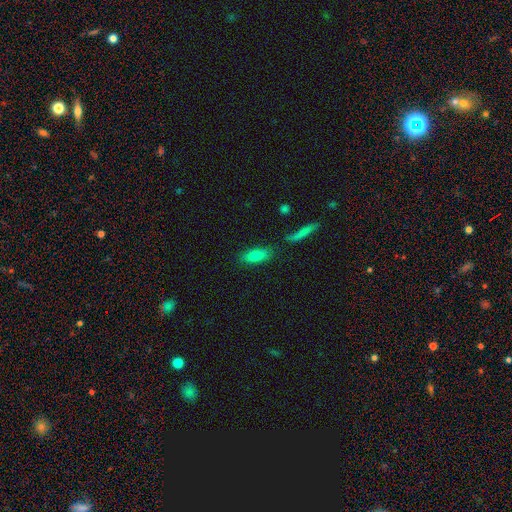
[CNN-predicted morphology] smooth_or_featured: smooth (p=0.80) [alt: featured or disk p=0.12]
how_rounded: in between (p=0.64) [alt: cigar-shaped p=0.33]
merging: none (p=0.73) [alt: minor disturbance p=0.14]